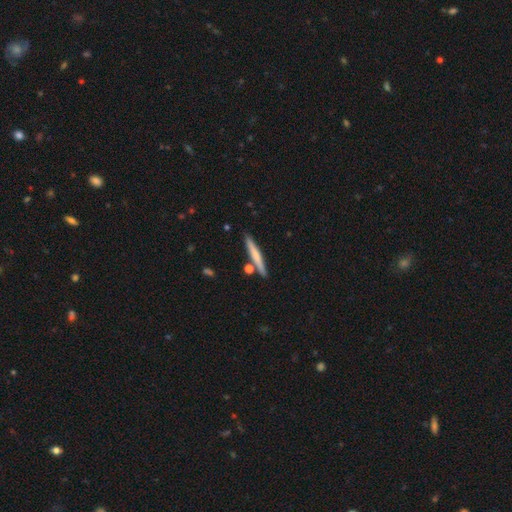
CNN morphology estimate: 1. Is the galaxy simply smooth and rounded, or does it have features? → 59% smooth, 35% featured or disk, 6% star or artifact.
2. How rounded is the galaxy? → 94% cigar-shaped, 4% in between, 2% round.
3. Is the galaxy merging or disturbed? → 83% none, 9% minor disturbance, 7% merger, 2% major disturbance.